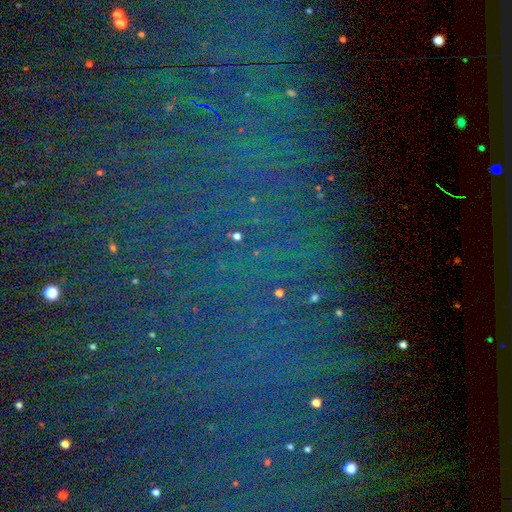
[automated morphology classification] A star or artifact, not a galaxy (82%).

Vote fractions:
- Smooth or featured? star or artifact: 82% / smooth: 10% / featured or disk: 8%